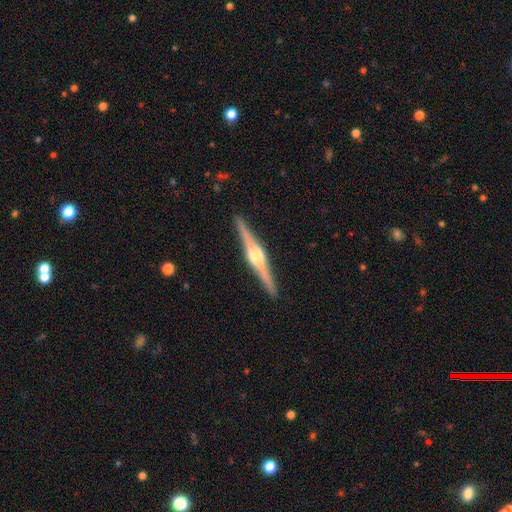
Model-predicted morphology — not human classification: Smooth or featured? Predicted: featured or disk (p=0.82). Edge-on disk? Predicted: yes (p=0.98). Edge-on bulge? Predicted: rounded (p=0.78). Merging? Predicted: none (p=0.90).